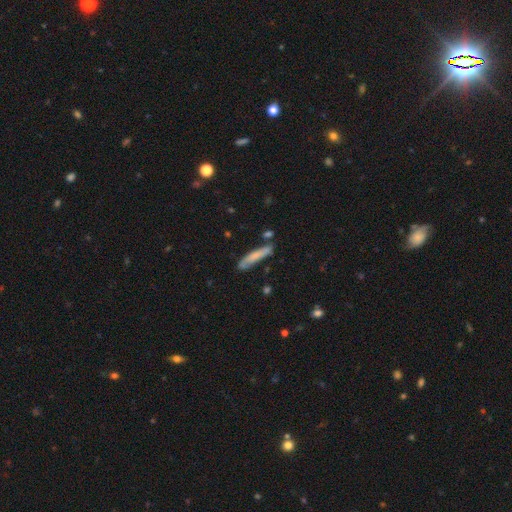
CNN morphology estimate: smooth_or_featured: smooth (p=0.67) [alt: featured or disk p=0.26]
how_rounded: cigar-shaped (p=0.90) [alt: in between p=0.09]
merging: none (p=0.71) [alt: minor disturbance p=0.18]